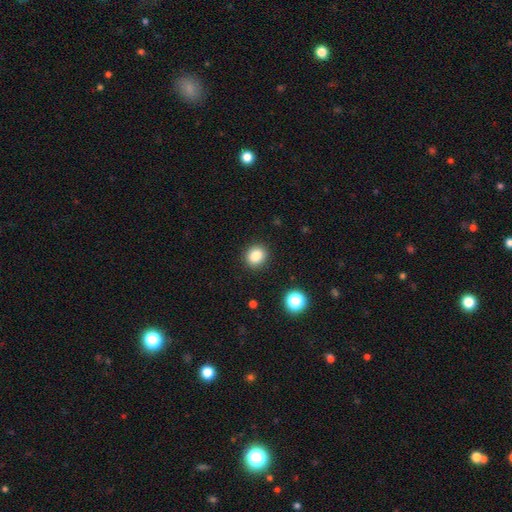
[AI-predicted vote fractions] Q: Smooth or featured?
A: smooth (83%); runner-up: star or artifact (11%)
Q: How rounded?
A: round (74%); runner-up: in between (25%)
Q: Merging?
A: none (90%); runner-up: minor disturbance (7%)